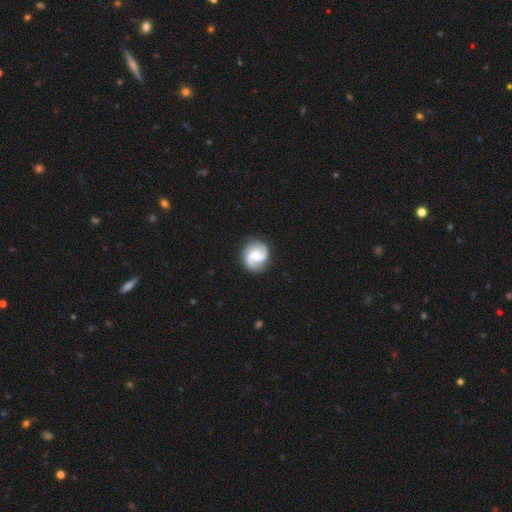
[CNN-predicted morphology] Q: Smooth or featured?
A: featured or disk (84%); runner-up: smooth (10%)
Q: Edge-on disk?
A: no (98%); runner-up: yes (2%)
Q: Bar?
A: weak (49%); runner-up: no (34%)
Q: Spiral arms?
A: yes (97%); runner-up: no (3%)
Q: Spiral winding?
A: medium (51%); runner-up: tight (26%)
Q: Spiral arm count?
A: 2 (82%); runner-up: 3 (8%)
Q: Bulge size?
A: small (33%); runner-up: moderate (32%)
Q: Merging?
A: none (83%); runner-up: minor disturbance (12%)